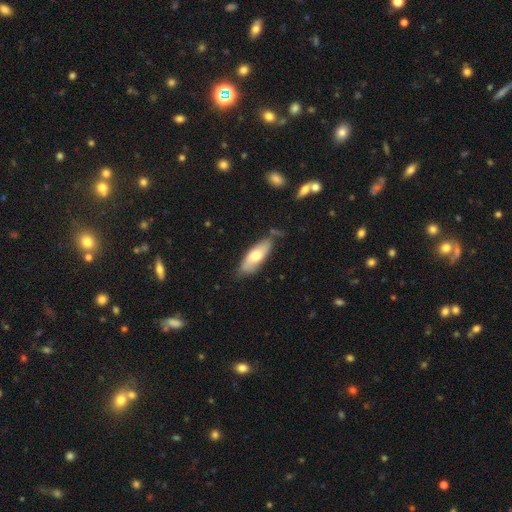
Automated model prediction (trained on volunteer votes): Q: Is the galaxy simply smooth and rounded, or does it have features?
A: smooth — 66%.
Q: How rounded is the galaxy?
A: in between — 70%.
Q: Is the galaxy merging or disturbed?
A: none — 70%.